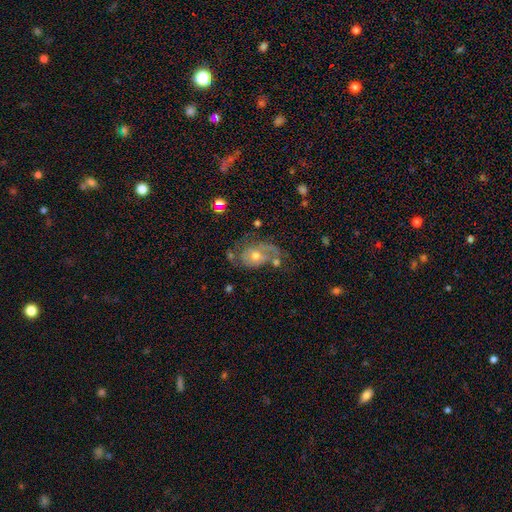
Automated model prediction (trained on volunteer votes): The model was most divided on "spiral winding": medium: 41%, tight: 36%, loose: 24%. Remaining: edge-on disk — no (96%); spiral arms — yes (84%); smooth or featured — featured or disk (74%); bar — no (73%); bulge size — moderate (64%); spiral arm count — 2 (48%); merging — none (45%).